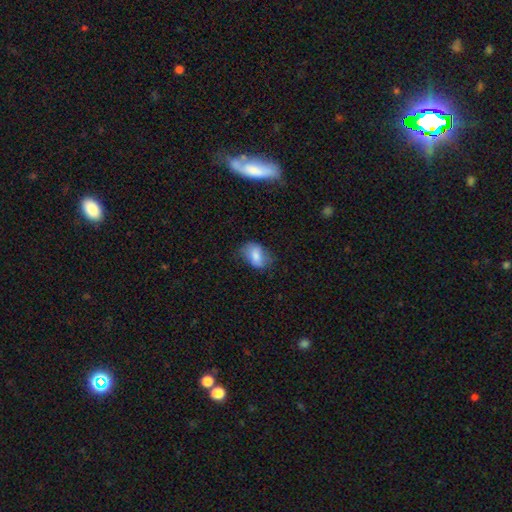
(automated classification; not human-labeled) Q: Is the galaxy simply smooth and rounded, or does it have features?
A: smooth — 74%.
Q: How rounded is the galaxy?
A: in between — 83%.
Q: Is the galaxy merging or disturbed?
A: none — 61%.